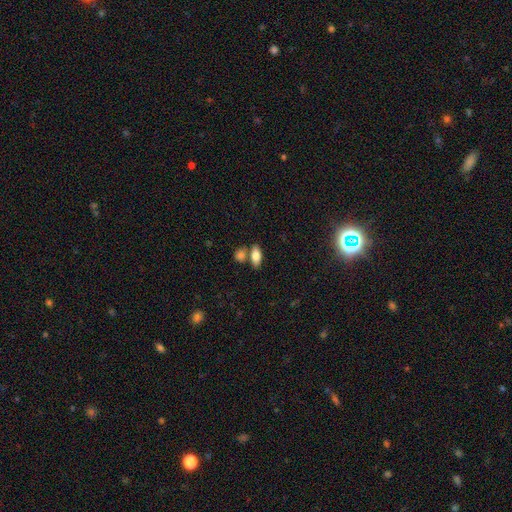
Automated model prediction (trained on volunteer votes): Smooth or featured: smooth — 79% (featured or disk — 14%)
How rounded: in between — 85% (cigar-shaped — 11%)
Merging: none — 64% (merger — 22%)